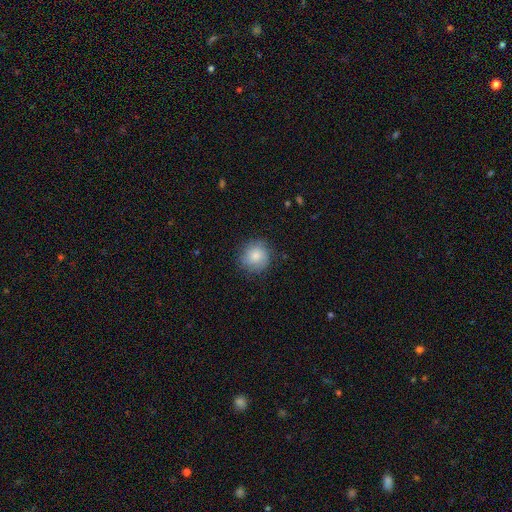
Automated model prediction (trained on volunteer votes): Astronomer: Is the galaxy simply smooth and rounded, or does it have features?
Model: smooth — 79%.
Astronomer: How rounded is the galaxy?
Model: round — 89%.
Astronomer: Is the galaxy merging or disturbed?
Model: none — 79%.